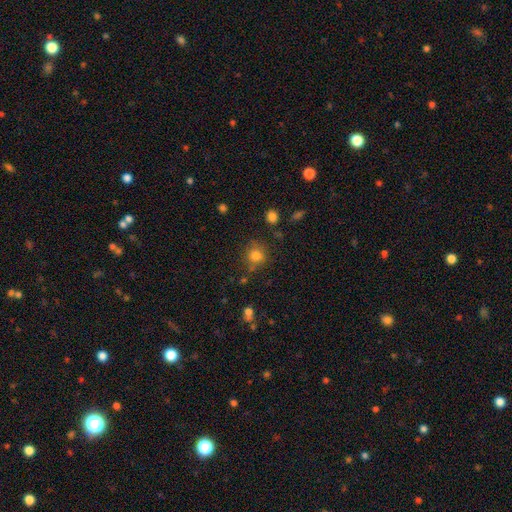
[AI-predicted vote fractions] Q: Smooth or featured?
A: smooth (80%); runner-up: star or artifact (13%)
Q: How rounded?
A: round (82%); runner-up: in between (17%)
Q: Merging?
A: none (72%); runner-up: minor disturbance (17%)